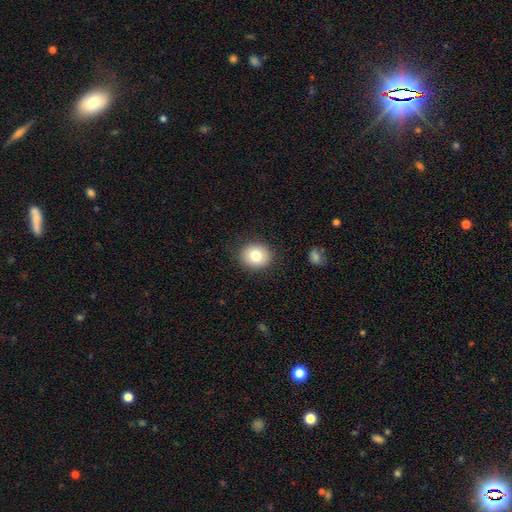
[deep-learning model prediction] Overall: smooth (80%). How rounded: round (75%). Merging: none (89%).